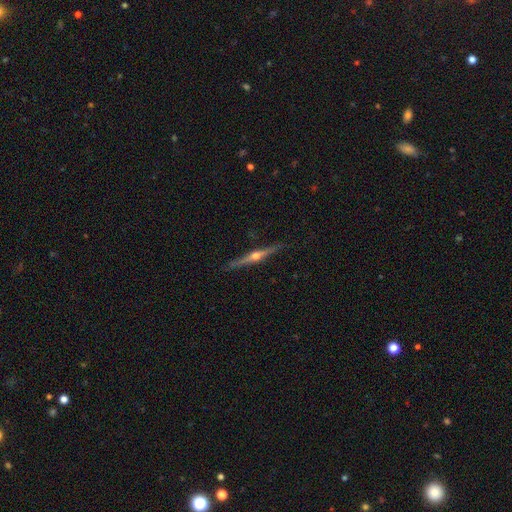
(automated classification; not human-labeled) A featured or disk galaxy (83%) viewed edge-on (98%) with a rounded central bulge (96%).

Vote fractions:
- Smooth or featured? featured or disk: 83% / smooth: 11% / star or artifact: 6%
- Edge-on disk? yes: 98% / no: 2%
- Edge-on bulge? rounded: 96% / none: 2% / boxy: 2%
- Merging? none: 90% / minor disturbance: 8% / major disturbance: 1% / merger: 1%